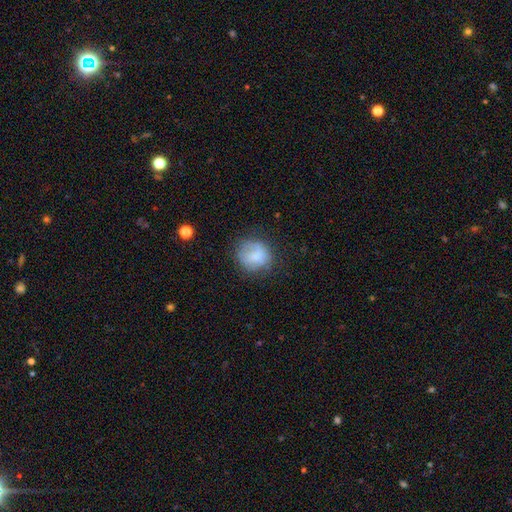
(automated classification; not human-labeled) Smooth or featured?
  - smooth: 70% *
  - featured or disk: 21%
  - star or artifact: 9%
How rounded?
  - round: 76% *
  - in between: 23%
  - cigar-shaped: 1%
Merging?
  - none: 60% *
  - minor disturbance: 24%
  - major disturbance: 13%
  - merger: 2%